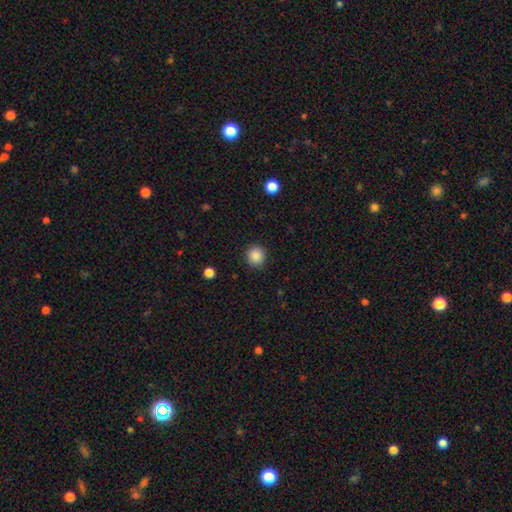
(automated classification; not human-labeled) A smooth galaxy with no disk features (88%) that is round (90%).

Vote fractions:
- Smooth or featured? smooth: 88% / star or artifact: 9% / featured or disk: 3%
- How rounded? round: 90% / in between: 9% / cigar-shaped: 1%
- Merging? none: 91% / minor disturbance: 6% / major disturbance: 2% / merger: 1%